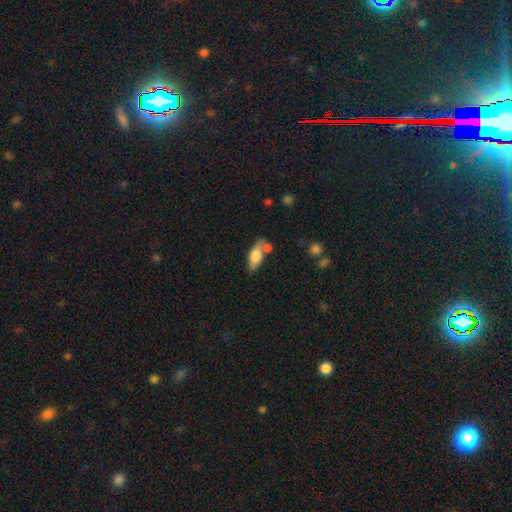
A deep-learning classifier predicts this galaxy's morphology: Smooth or featured? smooth (70%)
How rounded? in between (74%)
Merging? none (55%)